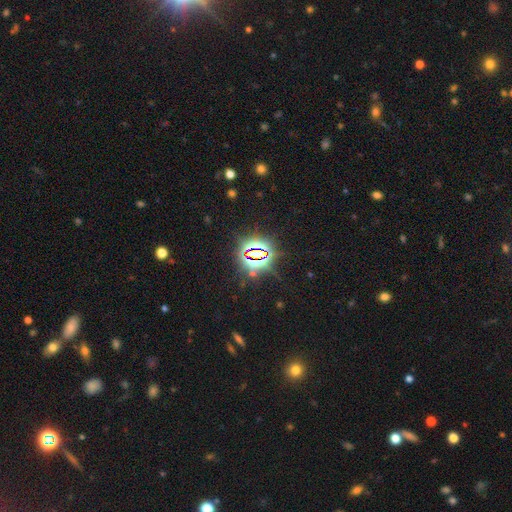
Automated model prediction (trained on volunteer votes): A star or artifact, not a galaxy (82%).

Vote fractions:
- Smooth or featured? star or artifact: 82% / smooth: 11% / featured or disk: 8%